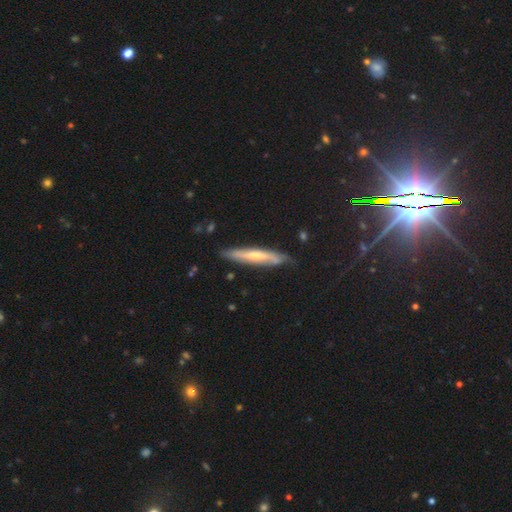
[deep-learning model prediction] featured or disk 56%, smooth 38%, star or artifact 6%. Down the decision tree: edge-on disk — yes (76%); merging — none (76%).